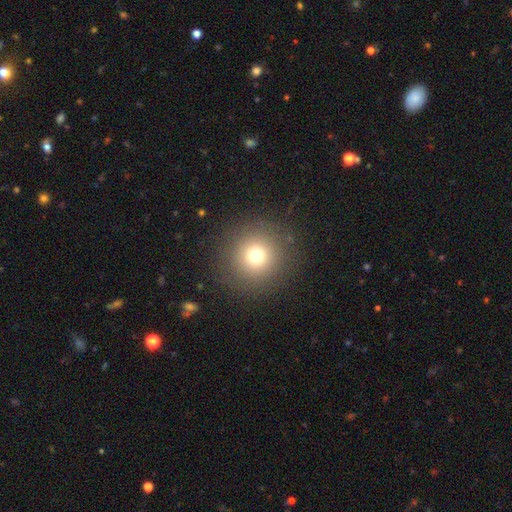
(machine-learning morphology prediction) Smooth or featured?
  - smooth: 73% *
  - star or artifact: 17%
  - featured or disk: 10%
How rounded?
  - round: 95% *
  - in between: 4%
  - cigar-shaped: 1%
Merging?
  - none: 88% *
  - minor disturbance: 7%
  - major disturbance: 4%
  - merger: 1%